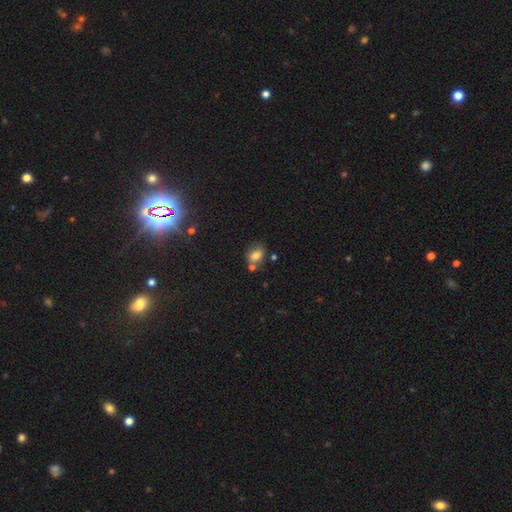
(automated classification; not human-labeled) Smooth or featured?
  - smooth: 75% *
  - star or artifact: 13%
  - featured or disk: 12%
How rounded?
  - in between: 73% *
  - round: 25%
  - cigar-shaped: 2%
Merging?
  - none: 56% *
  - merger: 22%
  - minor disturbance: 17%
  - major disturbance: 5%